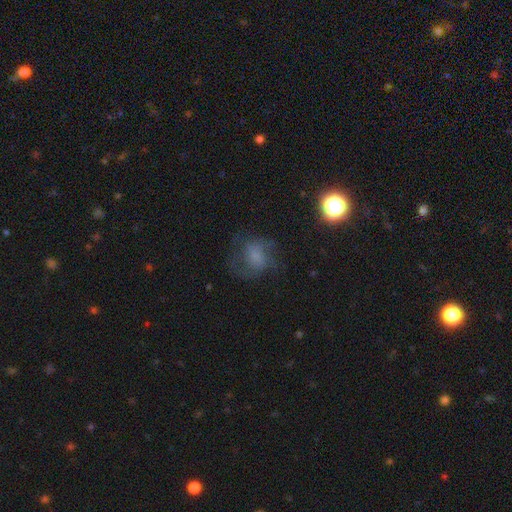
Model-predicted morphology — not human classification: Q: Smooth or featured?
A: smooth (46%); runner-up: featured or disk (38%)
Q: Merging?
A: none (54%); runner-up: major disturbance (24%)